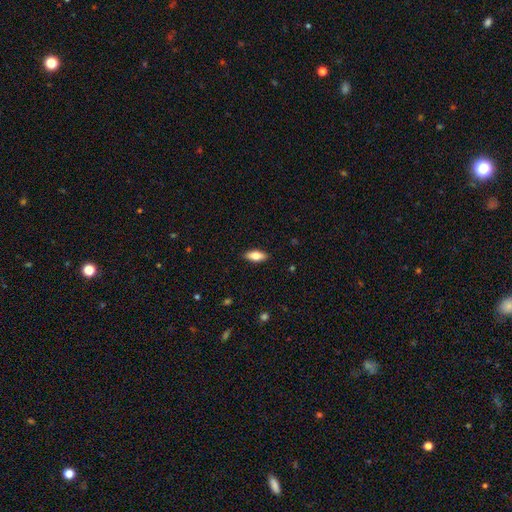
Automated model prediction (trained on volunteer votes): This is likely a smooth galaxy (77%). How rounded: clearly in between (84%). Merging: clearly none (89%).